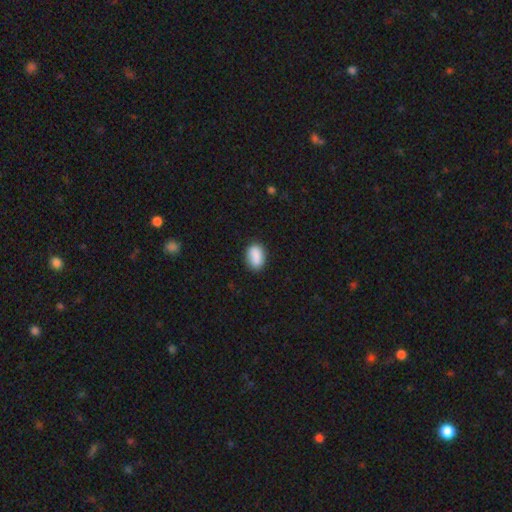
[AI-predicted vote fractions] Overall: smooth (87%). How rounded: in between (84%). Merging: none (82%).